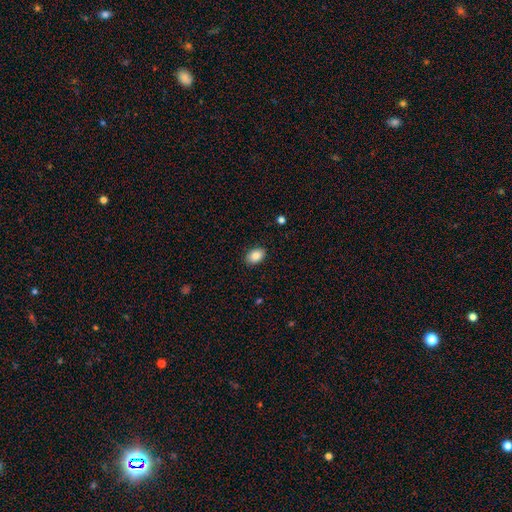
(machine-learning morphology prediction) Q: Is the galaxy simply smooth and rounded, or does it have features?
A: smooth — 87%.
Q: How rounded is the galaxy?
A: in between — 82%.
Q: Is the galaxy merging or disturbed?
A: none — 88%.